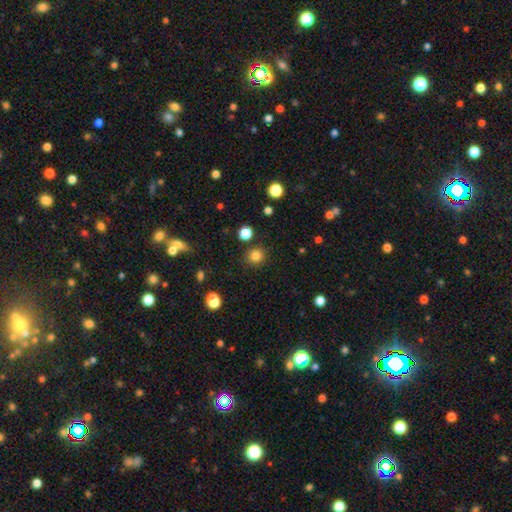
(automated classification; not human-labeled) Smooth or featured? smooth (83%)
How rounded? round (89%)
Merging? none (88%)